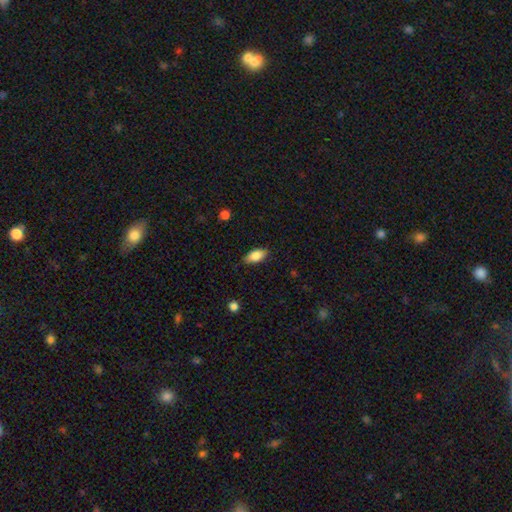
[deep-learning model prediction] Smooth or featured?
  - smooth: 85% *
  - featured or disk: 8%
  - star or artifact: 7%
How rounded?
  - in between: 90% *
  - cigar-shaped: 7%
  - round: 3%
Merging?
  - none: 81% *
  - minor disturbance: 15%
  - major disturbance: 3%
  - merger: 1%